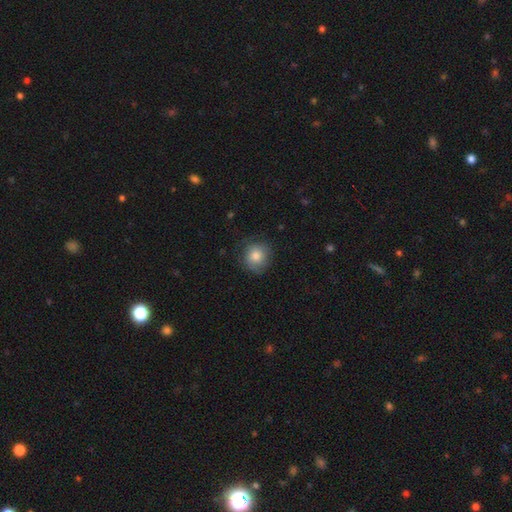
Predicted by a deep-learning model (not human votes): A smooth galaxy with no disk features (81%) that is round (88%). Merging: none (77%).